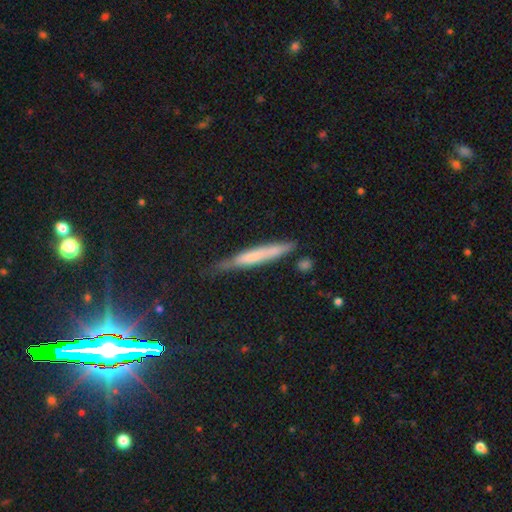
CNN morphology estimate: smooth_or_featured: smooth (p=0.55) [alt: featured or disk p=0.35]
how_rounded: cigar-shaped (p=0.94) [alt: in between p=0.05]
merging: none (p=0.70) [alt: minor disturbance p=0.22]